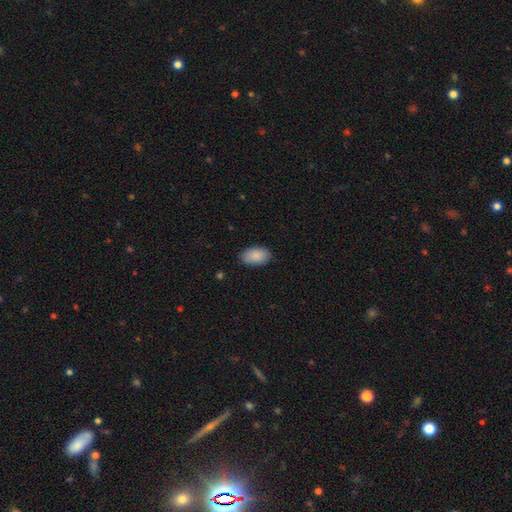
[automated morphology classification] smooth 89%, star or artifact 6%, featured or disk 5%. Down the decision tree: how rounded — in between (93%); merging — none (83%).